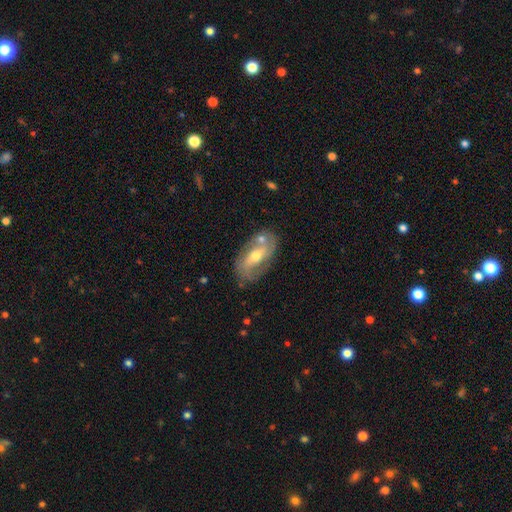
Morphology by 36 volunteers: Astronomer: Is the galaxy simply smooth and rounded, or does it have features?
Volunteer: featured or disk — 94%.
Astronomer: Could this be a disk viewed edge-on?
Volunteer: no — 88%.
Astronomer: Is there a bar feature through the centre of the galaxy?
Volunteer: weak — 57%.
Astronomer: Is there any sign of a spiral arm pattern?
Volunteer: yes — 83%.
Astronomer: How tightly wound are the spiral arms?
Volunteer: loose — 48% (runner-up: medium, 44%).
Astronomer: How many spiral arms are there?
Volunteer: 2 — 80%.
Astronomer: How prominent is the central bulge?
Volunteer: moderate — 60% (runner-up: small, 37%).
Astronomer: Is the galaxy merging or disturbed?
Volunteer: none — 71%.